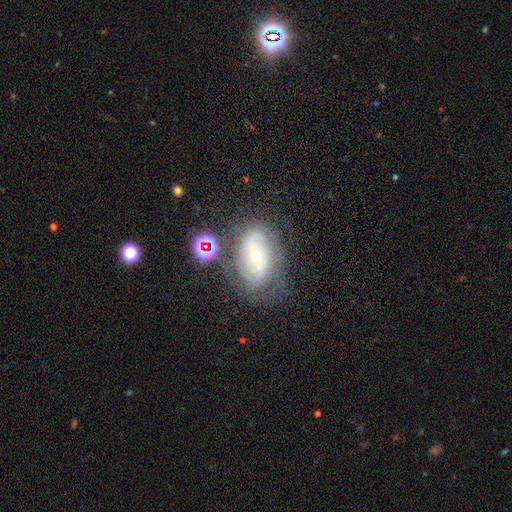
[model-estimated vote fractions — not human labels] smooth-or-featured: featured or disk: 70% | smooth: 19% | star or artifact: 11%
  disk-edge-on: no: 94% | yes: 6%
    bar: no: 58% | weak: 31% | strong: 11%
    has-spiral-arms: yes: 81% | no: 19%
      spiral-winding: tight: 59% | medium: 30% | loose: 11%
      spiral-arm-count: can't tell: 49% | 2: 30% | 3: 9% | 1: 5% | 4: 4% | more than 4: 3%
    bulge-size: small: 65% | moderate: 31% | large: 2% | none: 1% | dominant: 1%
  merging: none: 58% | minor disturbance: 23% | major disturbance: 14% | merger: 5%